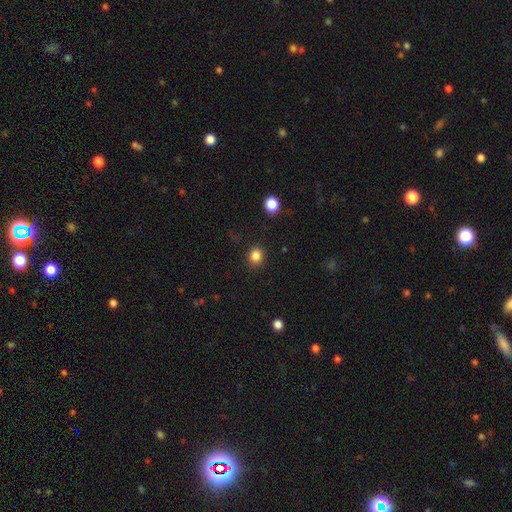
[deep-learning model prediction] Smooth or featured? smooth (85%)
How rounded? round (79%)
Merging? none (89%)